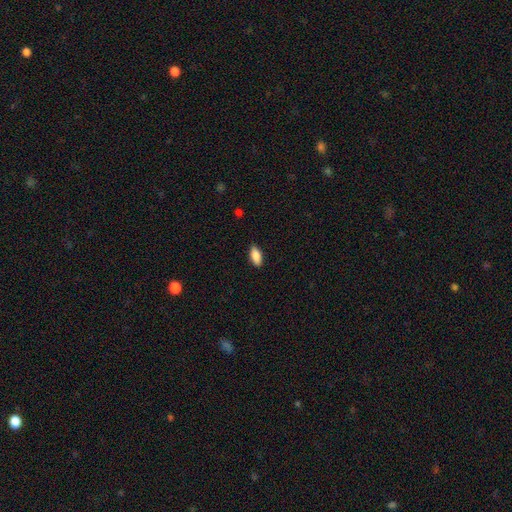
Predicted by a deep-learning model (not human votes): Q: Smooth or featured?
A: smooth (84%); runner-up: featured or disk (9%)
Q: How rounded?
A: in between (85%); runner-up: cigar-shaped (12%)
Q: Merging?
A: none (87%); runner-up: minor disturbance (10%)